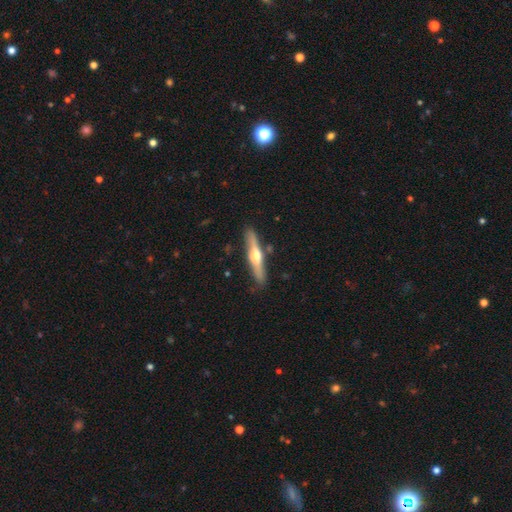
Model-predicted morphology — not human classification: A featured or disk galaxy (63%) viewed edge-on (96%) with a rounded central bulge (93%). Merging: none (86%).